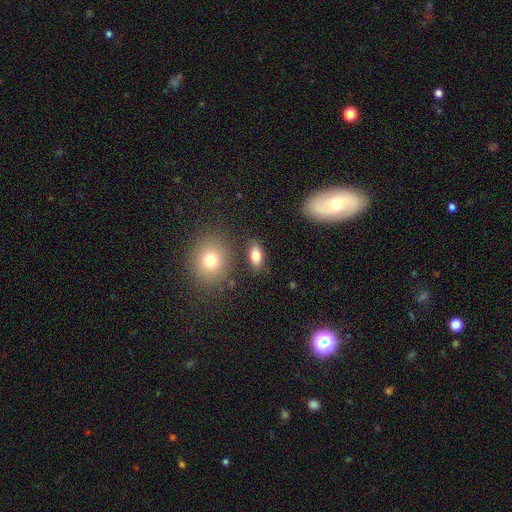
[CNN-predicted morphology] smooth 80%, featured or disk 11%, star or artifact 9%. Down the decision tree: how rounded — in between (86%); merging — none (81%).